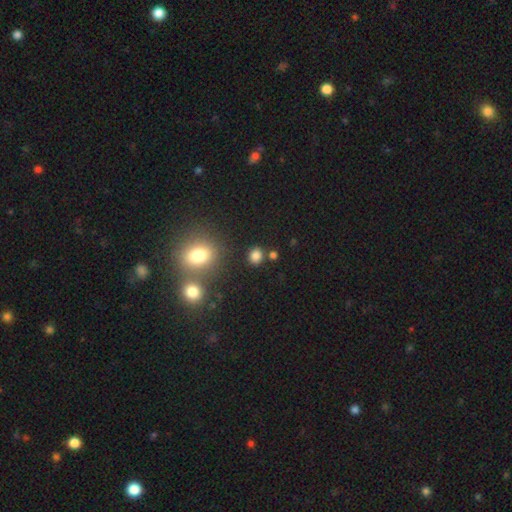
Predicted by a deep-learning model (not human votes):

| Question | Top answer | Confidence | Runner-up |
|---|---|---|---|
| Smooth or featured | smooth | 81% | star or artifact (14%) |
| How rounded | round | 71% | in between (27%) |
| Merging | none | 81% | minor disturbance (9%) |